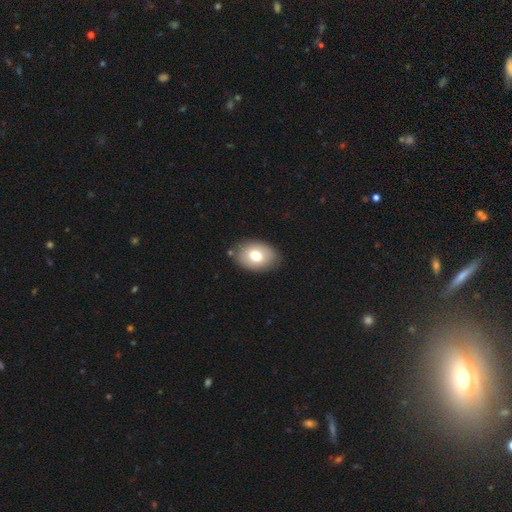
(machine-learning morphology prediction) Smooth or featured? Predicted: smooth (p=0.73). How rounded? Predicted: in between (p=0.81). Merging? Predicted: none (p=0.84).